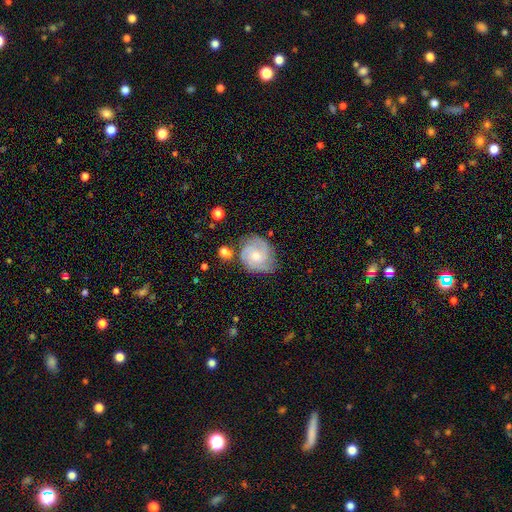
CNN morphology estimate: Smooth or featured: featured or disk — 78% (smooth — 16%)
Edge-on disk: no — 98% (yes — 2%)
Bar: no — 63% (weak — 33%)
Spiral arms: yes — 96% (no — 4%)
Spiral winding: tight — 55% (medium — 38%)
Spiral arm count: 3 — 38% (2 — 35%)
Bulge size: moderate — 54% (small — 37%)
Merging: none — 69% (minor disturbance — 21%)